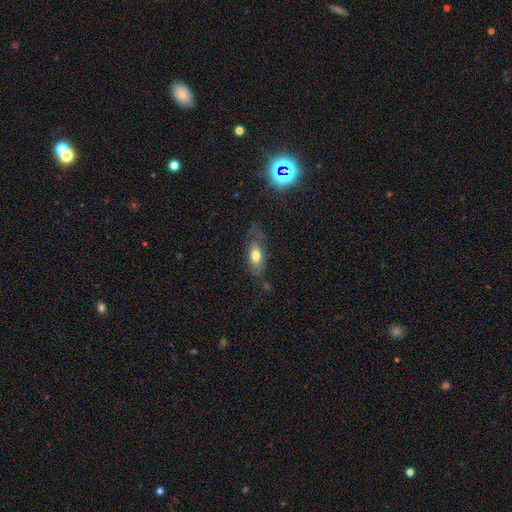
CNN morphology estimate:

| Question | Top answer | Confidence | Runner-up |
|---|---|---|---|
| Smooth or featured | smooth | 69% | featured or disk (22%) |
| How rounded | in between | 83% | cigar-shaped (13%) |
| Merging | none | 55% | minor disturbance (27%) |